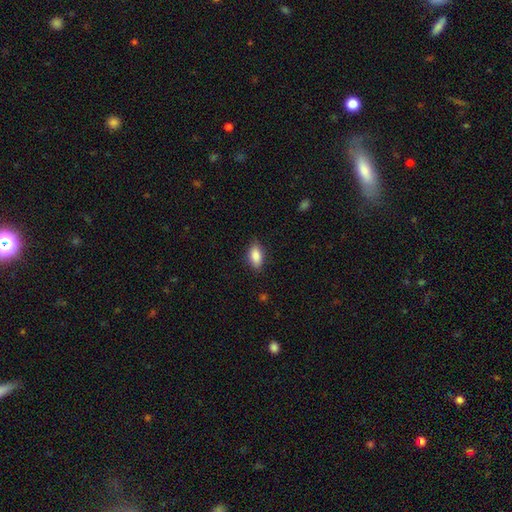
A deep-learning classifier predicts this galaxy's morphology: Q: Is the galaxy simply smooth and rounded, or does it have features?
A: smooth — 87%.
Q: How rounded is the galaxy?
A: in between — 90%.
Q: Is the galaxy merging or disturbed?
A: none — 83%.